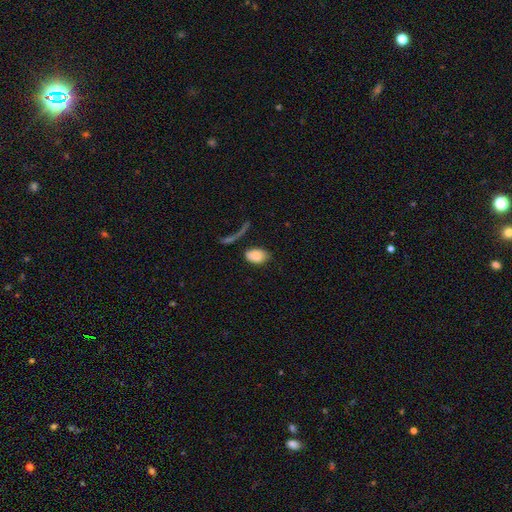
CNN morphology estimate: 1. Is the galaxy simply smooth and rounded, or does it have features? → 80% smooth, 12% featured or disk, 7% star or artifact.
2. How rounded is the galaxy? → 89% in between, 9% round, 2% cigar-shaped.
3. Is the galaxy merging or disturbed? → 54% none, 19% minor disturbance, 16% major disturbance, 12% merger.